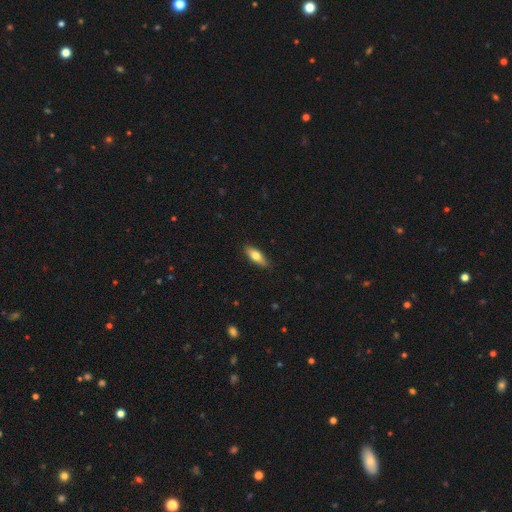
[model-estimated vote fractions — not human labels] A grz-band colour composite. It shows a smooth galaxy with no disk features (71%) that is in between round and cigar-shaped (63%). Merging: none (87%).